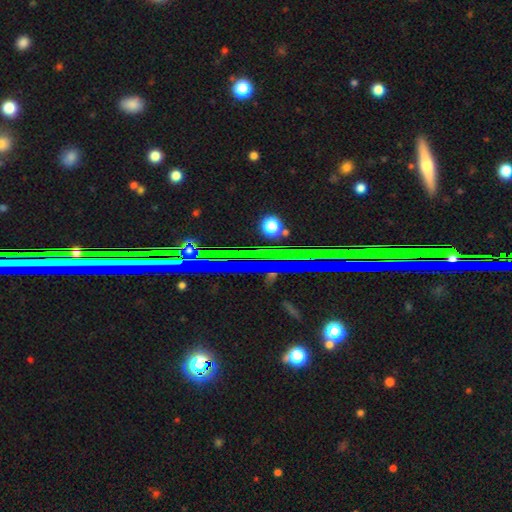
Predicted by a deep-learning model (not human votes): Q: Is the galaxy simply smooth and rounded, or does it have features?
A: star or artifact — 68%.